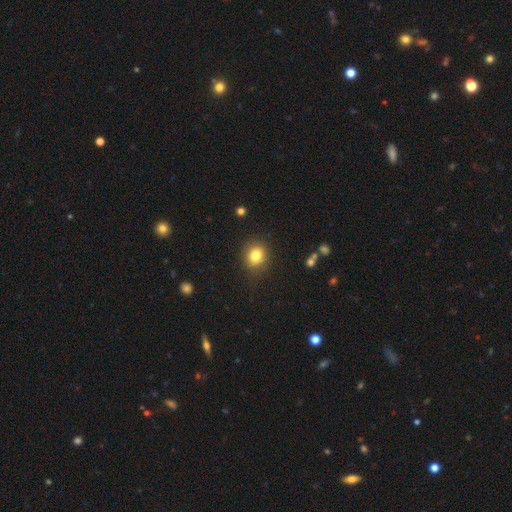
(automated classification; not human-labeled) smooth 82%, star or artifact 11%, featured or disk 7%. Down the decision tree: how rounded — round (70%); merging — none (86%).